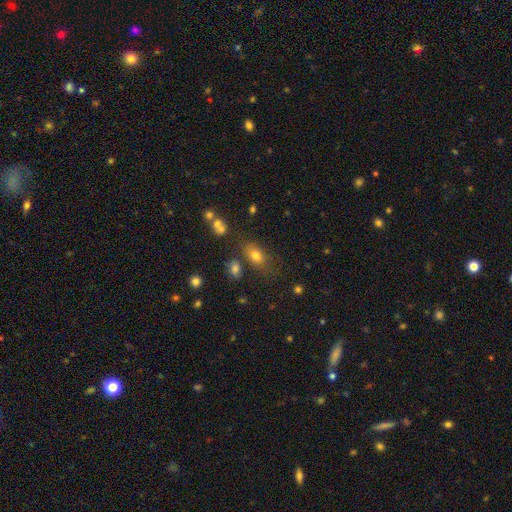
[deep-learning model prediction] A smooth galaxy with no disk features (76%) that is in between round and cigar-shaped (82%).

Vote fractions:
- Smooth or featured? smooth: 76% / star or artifact: 13% / featured or disk: 11%
- How rounded? in between: 82% / round: 15% / cigar-shaped: 3%
- Merging? none: 67% / minor disturbance: 17% / merger: 9% / major disturbance: 6%